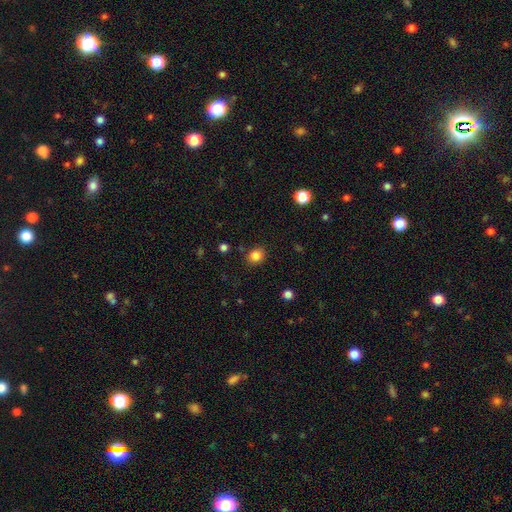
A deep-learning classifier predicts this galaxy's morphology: smooth 84%, star or artifact 12%, featured or disk 5%. Down the decision tree: how rounded — round (72%); merging — none (86%).